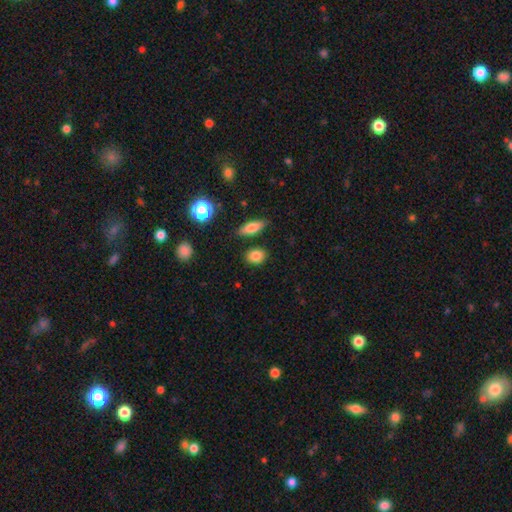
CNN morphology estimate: A smooth galaxy with no disk features (84%) that is in between round and cigar-shaped (52%).

Vote fractions:
- Smooth or featured? smooth: 84% / star or artifact: 10% / featured or disk: 6%
- How rounded? in between: 52% / round: 46% / cigar-shaped: 3%
- Merging? none: 83% / minor disturbance: 10% / merger: 4% / major disturbance: 3%